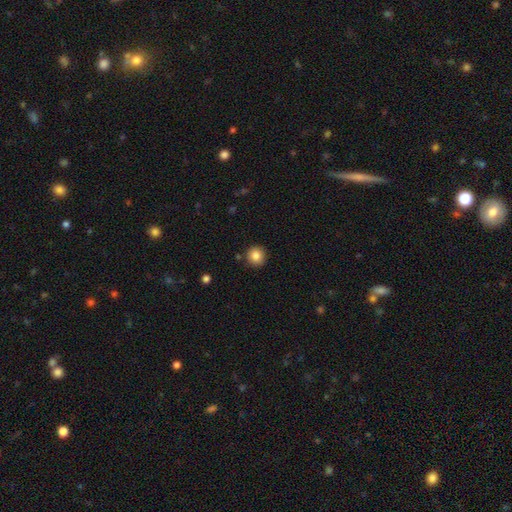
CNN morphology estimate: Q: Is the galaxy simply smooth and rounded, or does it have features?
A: smooth — 84%.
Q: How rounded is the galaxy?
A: round — 93%.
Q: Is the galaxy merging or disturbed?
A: none — 89%.